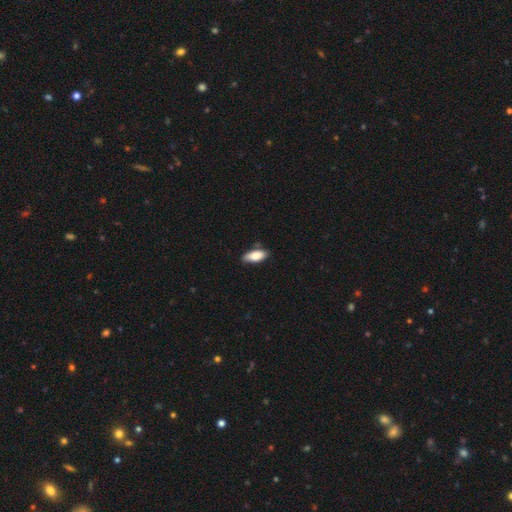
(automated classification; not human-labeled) smooth_or_featured: smooth (p=0.83) [alt: featured or disk p=0.11]
how_rounded: in between (p=0.82) [alt: cigar-shaped p=0.15]
merging: none (p=0.71) [alt: minor disturbance p=0.22]